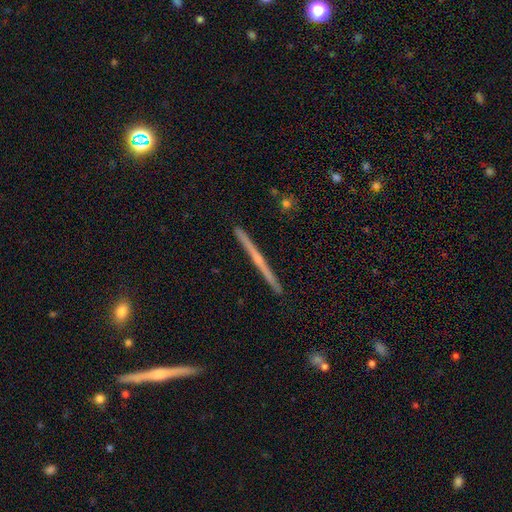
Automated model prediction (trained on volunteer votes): featured or disk 74%, smooth 19%, star or artifact 6%. Down the decision tree: edge-on disk — yes (98%); edge-on bulge — none (49%); merging — none (92%).